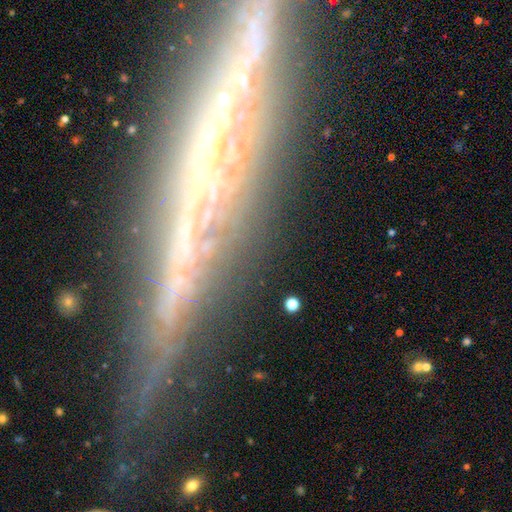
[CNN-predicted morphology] smooth_or_featured: featured or disk (p=0.68) [alt: star or artifact p=0.18]
disk_edge_on: yes (p=0.86) [alt: no p=0.14]
edge_on_bulge: none (p=0.63) [alt: rounded p=0.22]
merging: none (p=0.75) [alt: minor disturbance p=0.16]